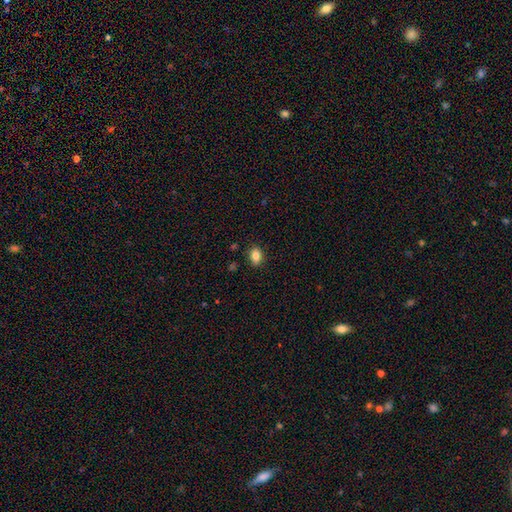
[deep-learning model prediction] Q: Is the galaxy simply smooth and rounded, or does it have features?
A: smooth — 84%.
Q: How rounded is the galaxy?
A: in between — 79%.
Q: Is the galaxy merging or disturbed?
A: none — 87%.